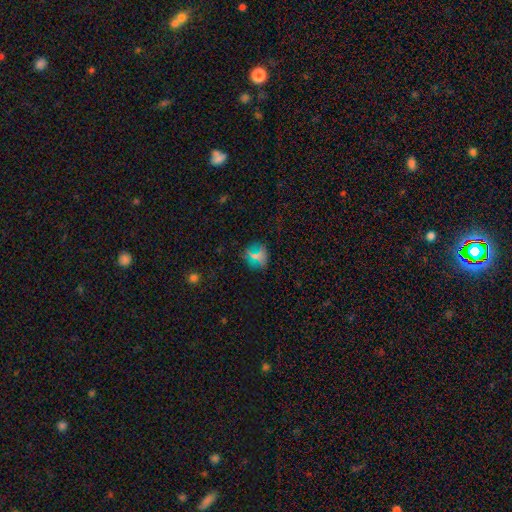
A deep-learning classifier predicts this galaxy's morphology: type=smooth (60%); roundness=round (84%); merging=none (79%).